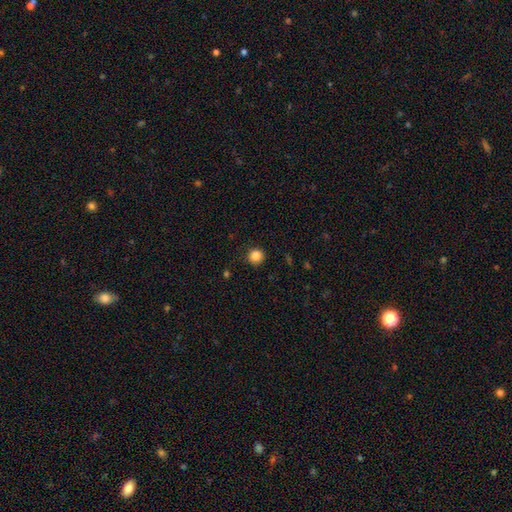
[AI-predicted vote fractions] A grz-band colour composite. It shows a smooth galaxy with no disk features (85%) that is round (94%). Merging: none (90%).